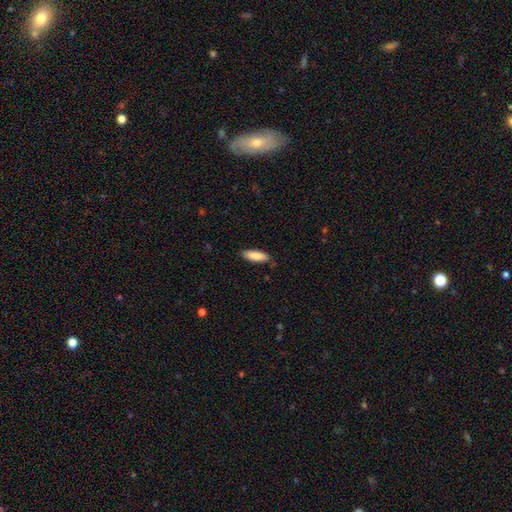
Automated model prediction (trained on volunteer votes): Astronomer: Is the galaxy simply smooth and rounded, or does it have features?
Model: smooth — 88%.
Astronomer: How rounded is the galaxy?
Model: in between — 58% (runner-up: cigar-shaped, 41%).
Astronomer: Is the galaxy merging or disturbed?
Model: none — 86%.